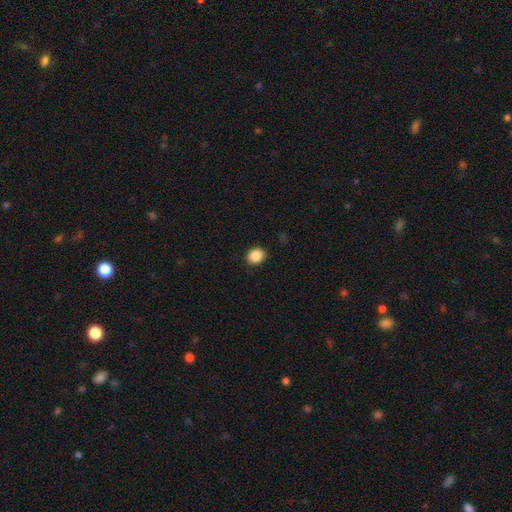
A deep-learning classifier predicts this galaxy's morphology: Smooth or featured? smooth (88%)
How rounded? round (55%)
Merging? none (91%)